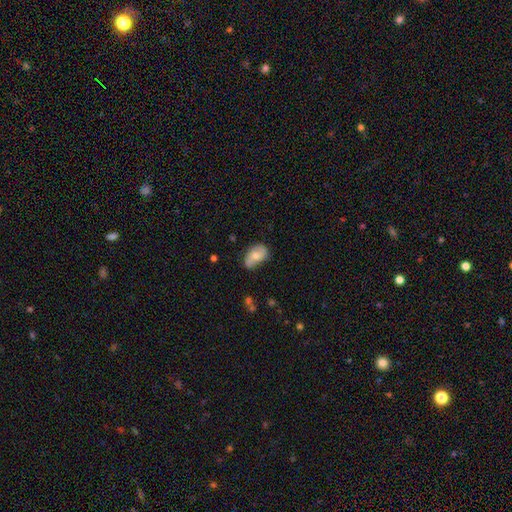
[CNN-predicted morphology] smooth_or_featured: smooth (p=0.50) [alt: featured or disk p=0.43]
how_rounded: in between (p=0.89) [alt: round p=0.09]
merging: none (p=0.54) [alt: minor disturbance p=0.32]